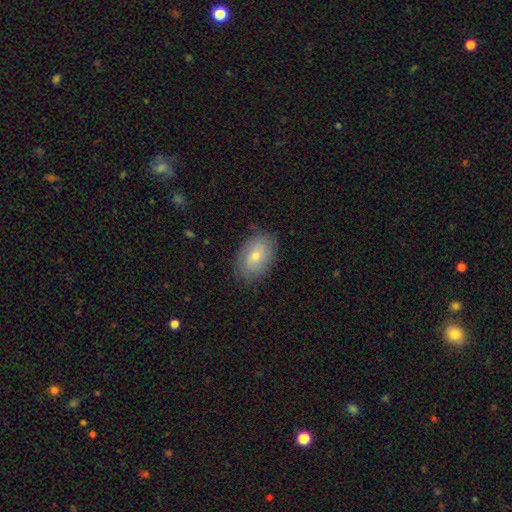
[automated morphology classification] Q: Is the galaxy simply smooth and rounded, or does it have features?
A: smooth — 67%.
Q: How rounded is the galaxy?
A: in between — 88%.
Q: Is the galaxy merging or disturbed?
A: none — 84%.